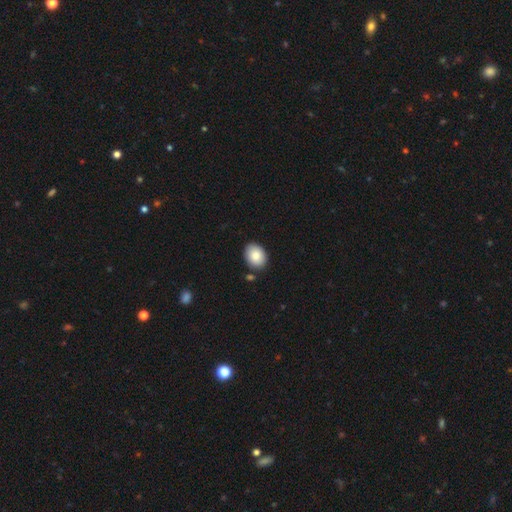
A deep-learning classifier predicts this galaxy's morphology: A smooth galaxy with no disk features (85%) that is in between round and cigar-shaped (62%). Merging: none (83%).